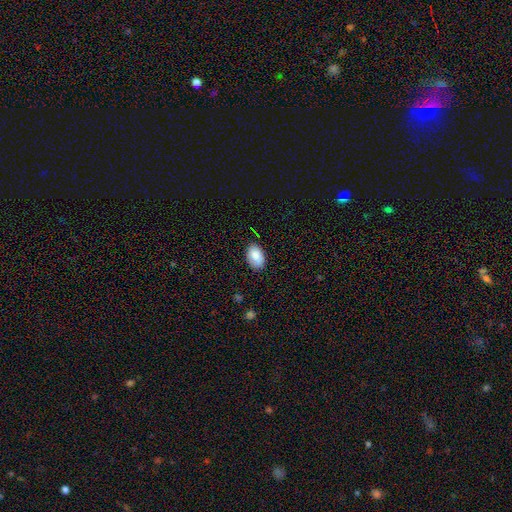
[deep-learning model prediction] This is clearly a smooth galaxy (86%). How rounded: clearly in between (89%). Merging: clearly none (81%).